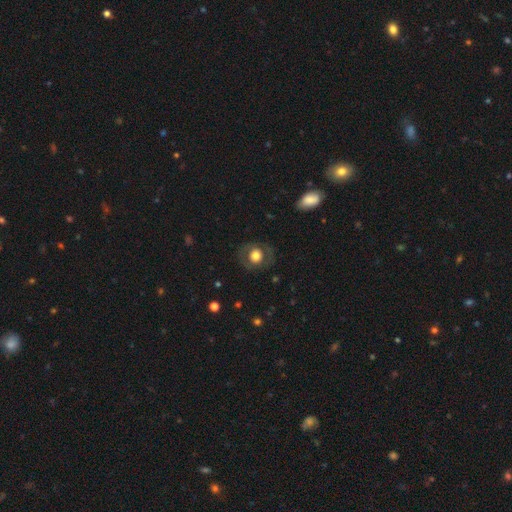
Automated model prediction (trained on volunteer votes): Q: Smooth or featured?
A: smooth (61%); runner-up: featured or disk (31%)
Q: How rounded?
A: round (80%); runner-up: in between (19%)
Q: Merging?
A: none (81%); runner-up: minor disturbance (11%)